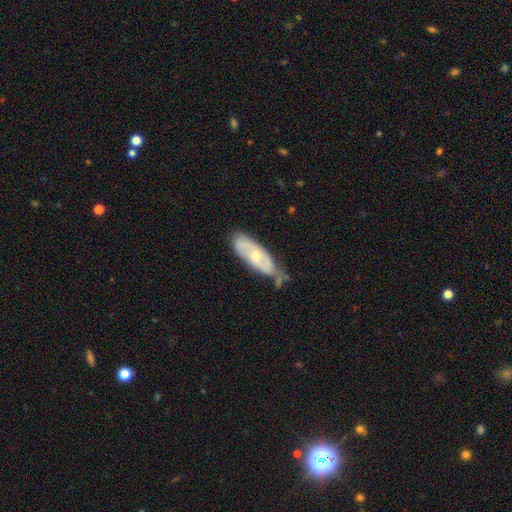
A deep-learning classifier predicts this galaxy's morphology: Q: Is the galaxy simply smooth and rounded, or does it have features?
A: featured or disk — 55%.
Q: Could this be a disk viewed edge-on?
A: no — 83%.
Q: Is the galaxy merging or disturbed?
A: none — 47%.